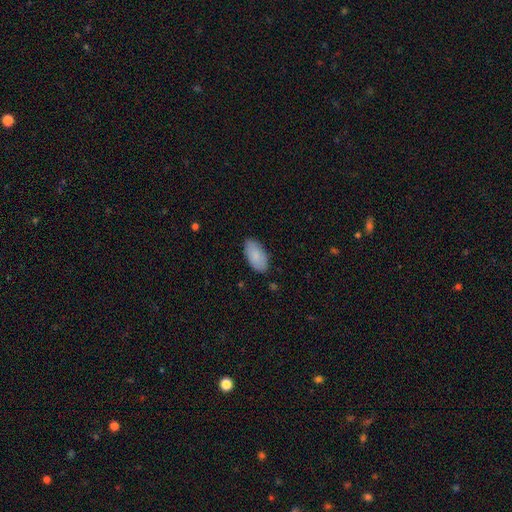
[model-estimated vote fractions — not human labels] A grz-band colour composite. It shows a smooth galaxy with no disk features (86%) that is in between round and cigar-shaped (95%). Merging: none (84%).